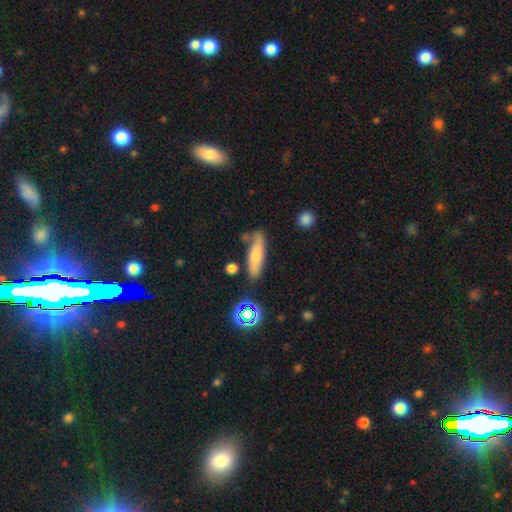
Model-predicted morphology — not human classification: Q: Smooth or featured?
A: smooth (68%); runner-up: featured or disk (23%)
Q: How rounded?
A: cigar-shaped (60%); runner-up: in between (37%)
Q: Merging?
A: none (67%); runner-up: minor disturbance (19%)